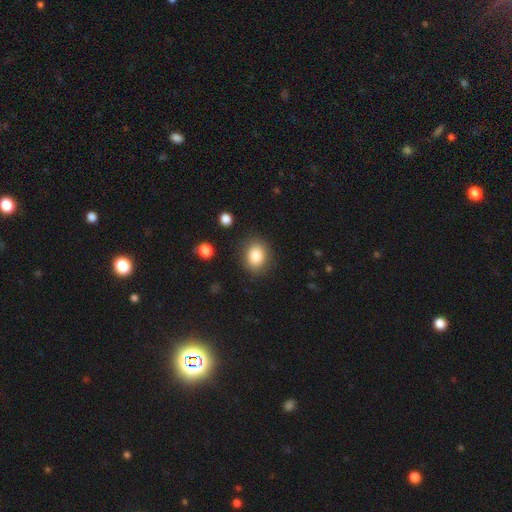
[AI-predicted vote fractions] A smooth galaxy with no disk features (84%) that is in between round and cigar-shaped (55%).

Vote fractions:
- Smooth or featured? smooth: 84% / star or artifact: 9% / featured or disk: 7%
- How rounded? in between: 55% / round: 44% / cigar-shaped: 1%
- Merging? none: 84% / minor disturbance: 10% / major disturbance: 4% / merger: 2%